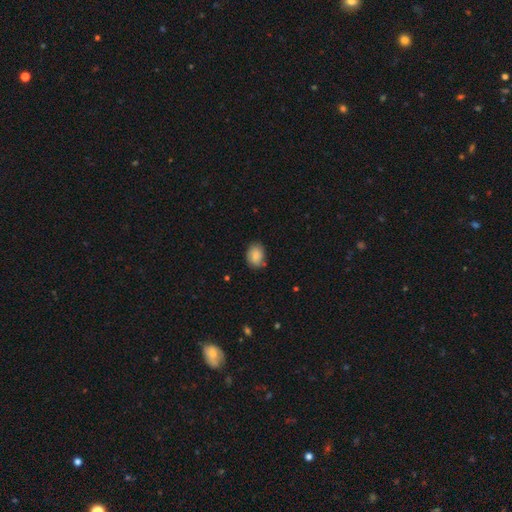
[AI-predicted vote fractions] A smooth galaxy with no disk features (83%) that is in between round and cigar-shaped (66%).

Vote fractions:
- Smooth or featured? smooth: 83% / featured or disk: 10% / star or artifact: 7%
- How rounded? in between: 66% / round: 33% / cigar-shaped: 1%
- Merging? none: 72% / minor disturbance: 22% / major disturbance: 4% / merger: 2%